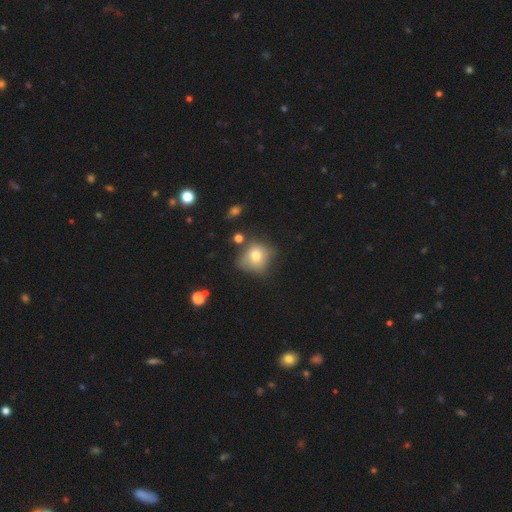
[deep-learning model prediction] Overall: smooth (72%). How rounded: round (73%). Merging: none (51%; minor disturbance 29%).